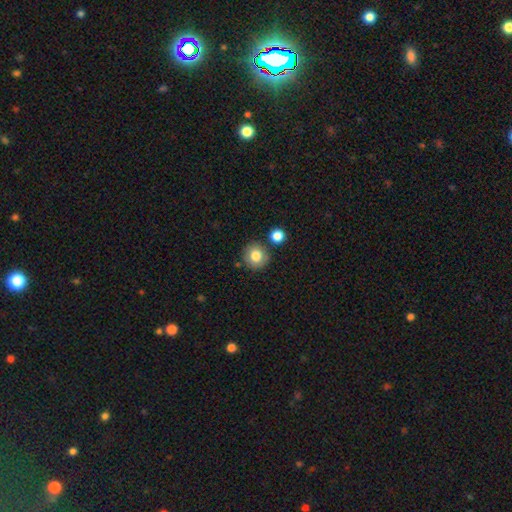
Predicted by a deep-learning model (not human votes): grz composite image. It shows a smooth galaxy with no disk features (80%) that is round (91%). Merging: none (82%).